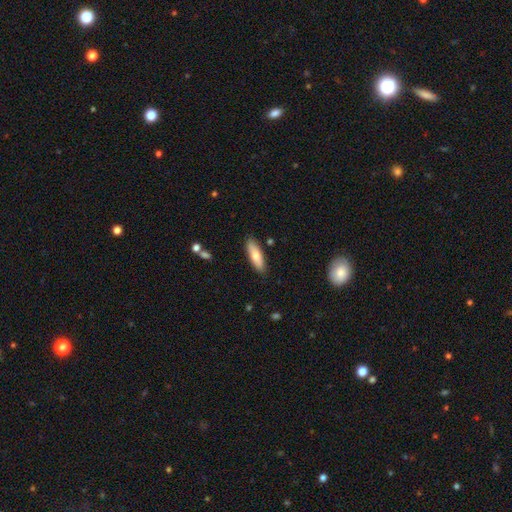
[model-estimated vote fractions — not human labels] The model was most divided on "how rounded": cigar-shaped: 52%, in between: 46%, round: 2%. More confident: merging — none (87%); smooth or featured — smooth (74%).